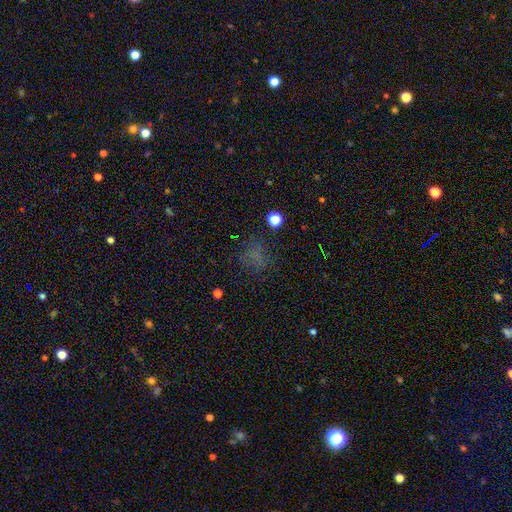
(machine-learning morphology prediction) smooth 55%, star or artifact 31%, featured or disk 15%. Down the decision tree: how rounded — round (64%); merging — none (67%).